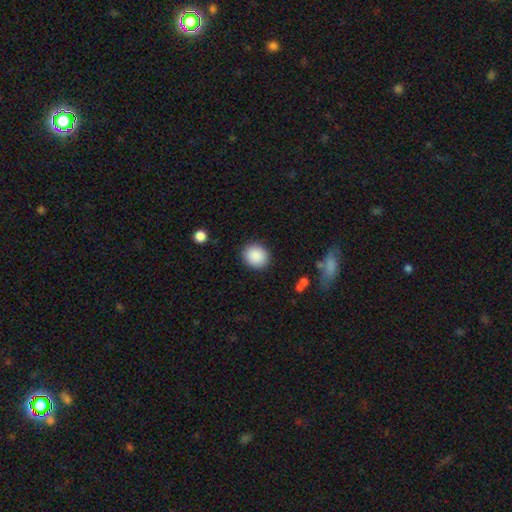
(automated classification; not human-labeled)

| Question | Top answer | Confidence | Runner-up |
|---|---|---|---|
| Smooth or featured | smooth | 89% | star or artifact (8%) |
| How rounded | round | 78% | in between (21%) |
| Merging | none | 89% | minor disturbance (7%) |